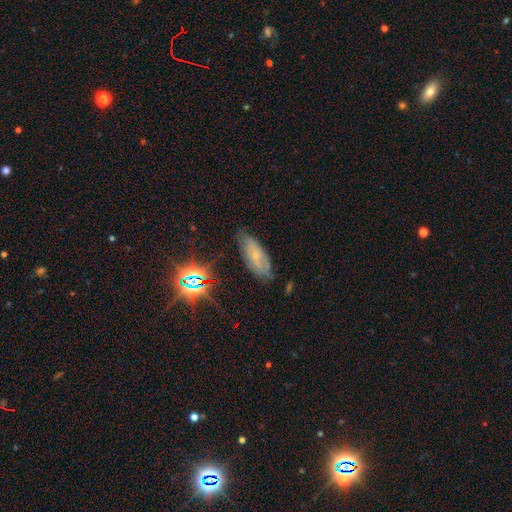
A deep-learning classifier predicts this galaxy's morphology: smooth_or_featured: featured or disk (p=0.43) [alt: smooth p=0.38]
merging: none (p=0.69) [alt: minor disturbance p=0.23]